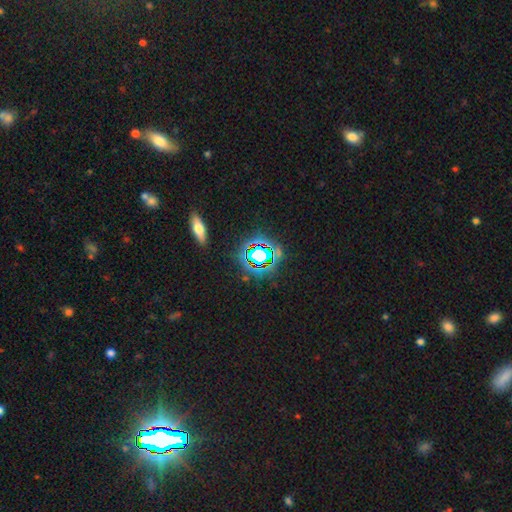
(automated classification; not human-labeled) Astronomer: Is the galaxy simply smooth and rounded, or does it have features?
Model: star or artifact — 70%.